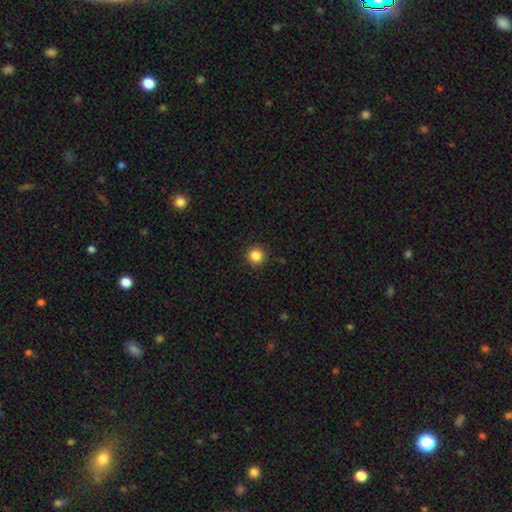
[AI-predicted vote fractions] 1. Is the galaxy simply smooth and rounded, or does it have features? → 86% smooth, 11% star or artifact, 3% featured or disk.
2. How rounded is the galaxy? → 95% round, 4% in between, 1% cigar-shaped.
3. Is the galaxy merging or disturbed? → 92% none, 5% minor disturbance, 2% major disturbance, 1% merger.